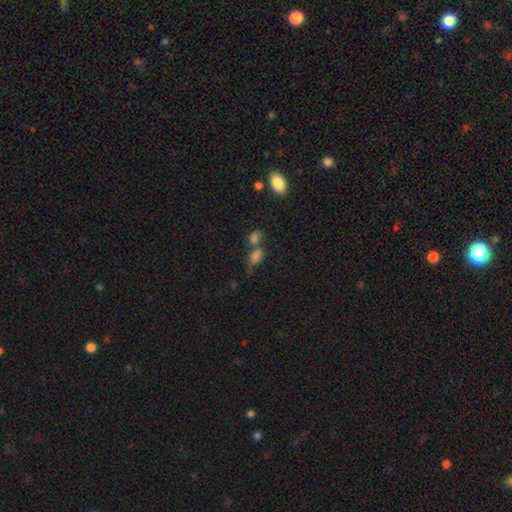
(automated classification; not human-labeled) Overall: smooth (73%). How rounded: in between (80%). Merging: merger (48%; none 30%).